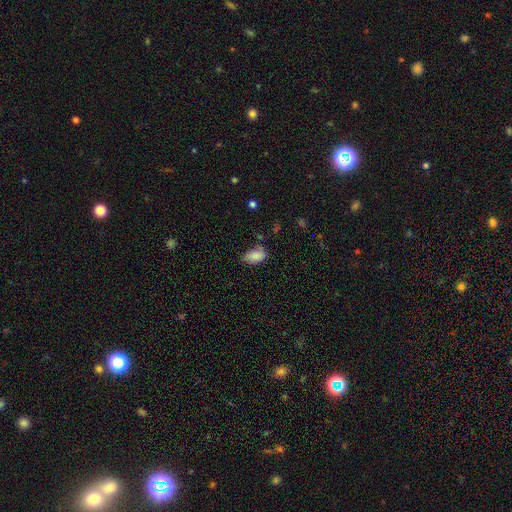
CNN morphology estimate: smooth_or_featured: smooth (p=0.87) [alt: star or artifact p=0.08]
how_rounded: in between (p=0.93) [alt: round p=0.05]
merging: none (p=0.60) [alt: minor disturbance p=0.30]